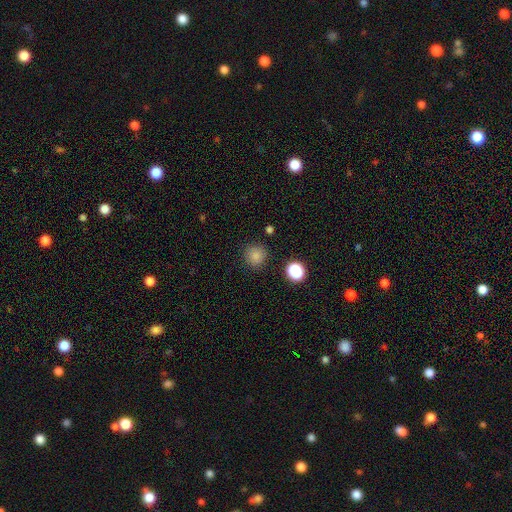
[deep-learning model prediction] Smooth or featured: smooth — 82% (star or artifact — 14%)
How rounded: round — 93% (in between — 6%)
Merging: none — 87% (minor disturbance — 8%)